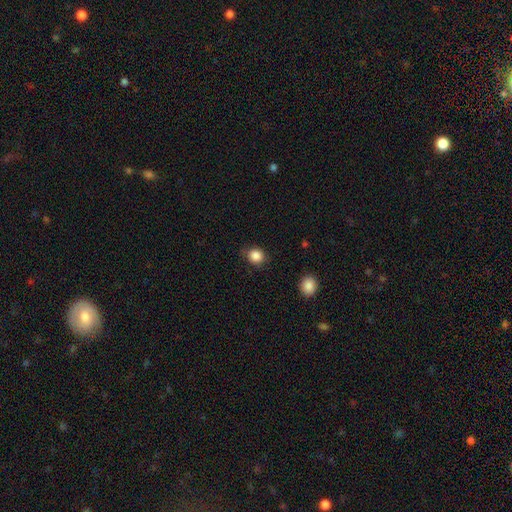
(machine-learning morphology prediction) smooth-or-featured: smooth: 86% | star or artifact: 10% | featured or disk: 3%
  how-rounded: round: 78% | in between: 21% | cigar-shaped: 1%
  merging: none: 81% | minor disturbance: 14% | major disturbance: 3% | merger: 1%